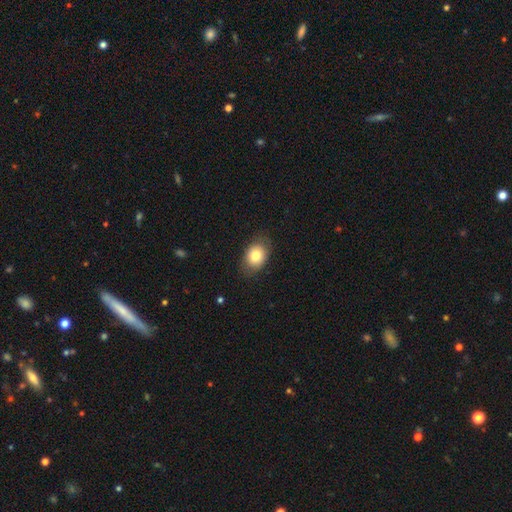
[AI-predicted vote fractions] Smooth or featured: smooth — 79% (featured or disk — 12%)
How rounded: in between — 71% (round — 27%)
Merging: none — 81% (minor disturbance — 15%)